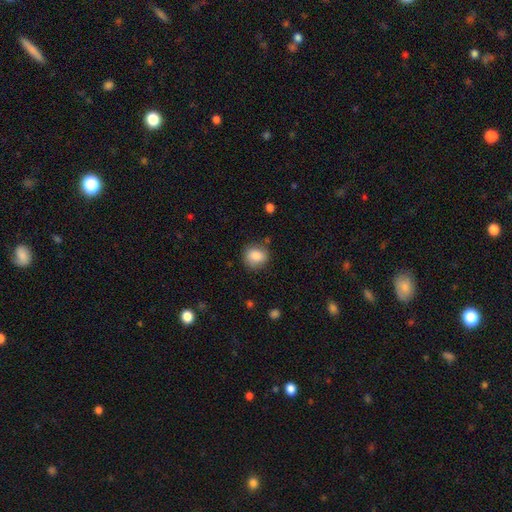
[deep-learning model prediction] Smooth or featured? Predicted: smooth (p=0.84). How rounded? Predicted: round (p=0.81). Merging? Predicted: none (p=0.80).